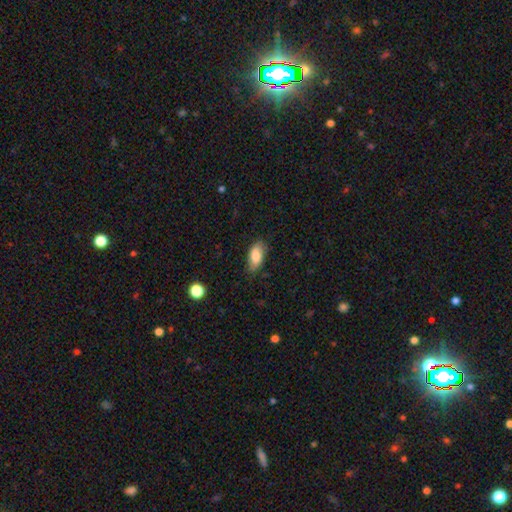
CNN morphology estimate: The model was most divided on "merging": none: 76%, minor disturbance: 19%, major disturbance: 3%, merger: 1%. More confident: how rounded — in between (89%); smooth or featured — smooth (81%).